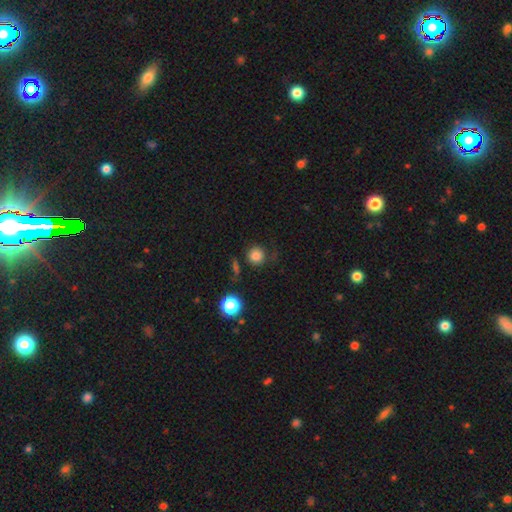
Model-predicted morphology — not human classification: The model was most divided on "merging": none: 77%, minor disturbance: 13%, major disturbance: 6%, merger: 3%. More confident: how rounded — round (93%); smooth or featured — smooth (82%).